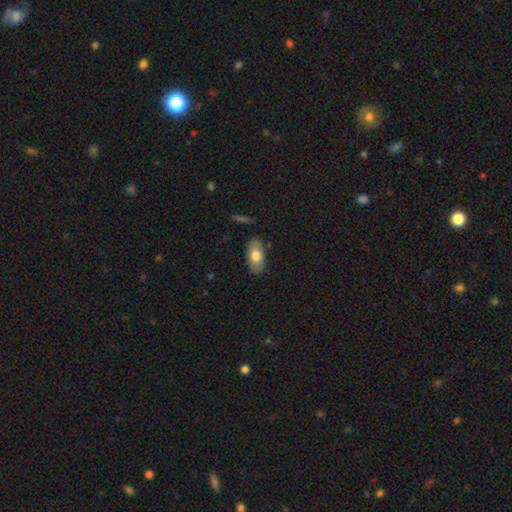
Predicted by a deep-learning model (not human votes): Morphology: type=smooth (74%); roundness=in between (92%); merging=none (84%).